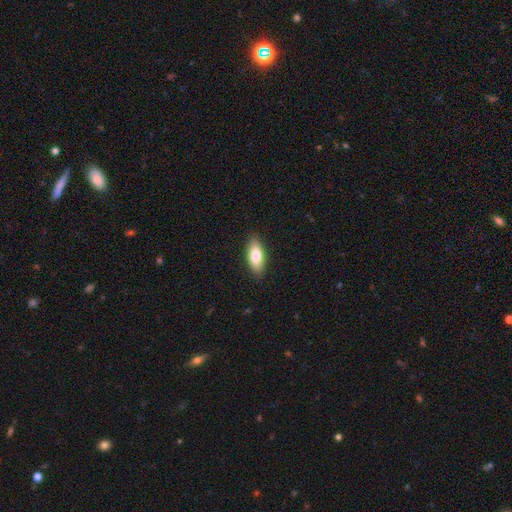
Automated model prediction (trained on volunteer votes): Smooth or featured? Predicted: smooth (p=0.78). How rounded? Predicted: in between (p=0.77). Merging? Predicted: none (p=0.88).